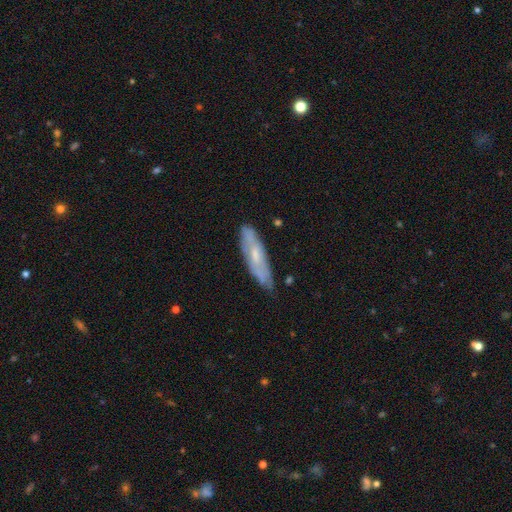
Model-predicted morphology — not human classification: smooth_or_featured: featured or disk (p=0.52) [alt: smooth p=0.41]
disk_edge_on: no (p=0.62) [alt: yes p=0.38]
merging: none (p=0.71) [alt: minor disturbance p=0.23]